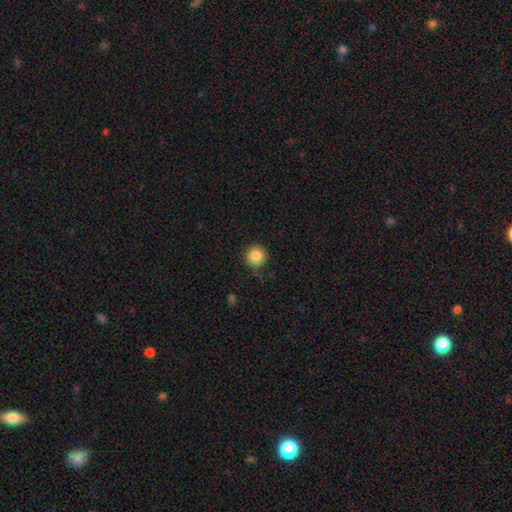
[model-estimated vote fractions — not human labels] A smooth galaxy with no disk features (85%) that is round (94%).

Vote fractions:
- Smooth or featured? smooth: 85% / star or artifact: 10% / featured or disk: 5%
- How rounded? round: 94% / in between: 5% / cigar-shaped: 1%
- Merging? none: 79% / minor disturbance: 16% / major disturbance: 4% / merger: 2%